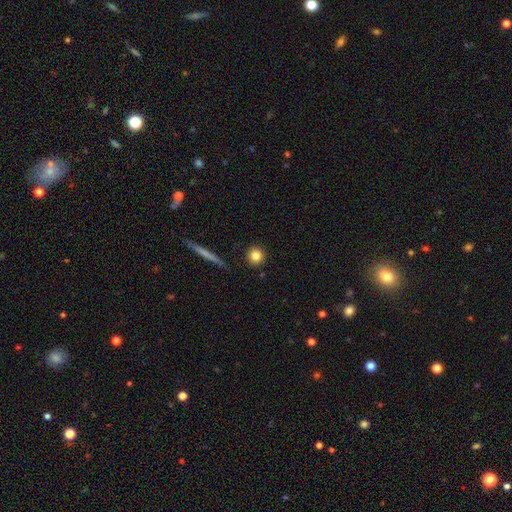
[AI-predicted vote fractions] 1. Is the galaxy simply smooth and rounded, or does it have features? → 82% smooth, 10% star or artifact, 8% featured or disk.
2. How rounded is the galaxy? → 93% round, 5% in between, 2% cigar-shaped.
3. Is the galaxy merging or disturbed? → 89% none, 6% minor disturbance, 2% merger, 2% major disturbance.